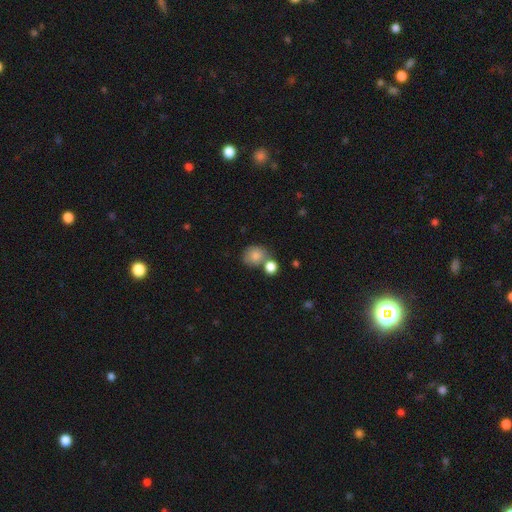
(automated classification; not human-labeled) A smooth galaxy with no disk features (82%) that is round (70%). Merging: none (49%).